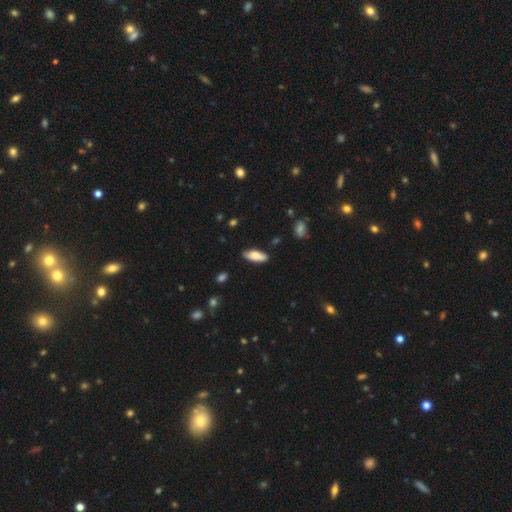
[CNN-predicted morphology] Smooth or featured: smooth — 79% (featured or disk — 15%)
How rounded: in between — 75% (cigar-shaped — 23%)
Merging: none — 82% (minor disturbance — 14%)